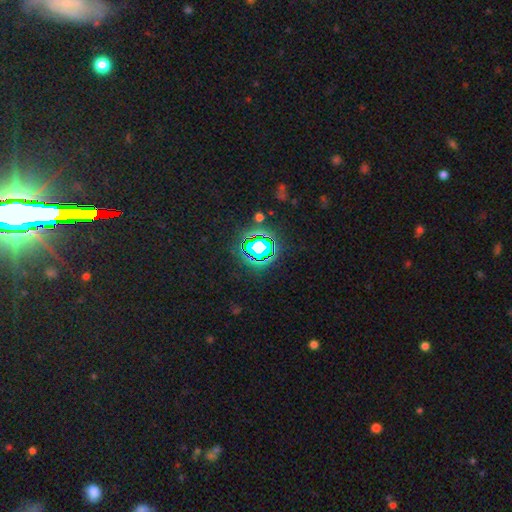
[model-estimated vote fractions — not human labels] Smooth or featured: star or artifact — 77% (smooth — 15%)